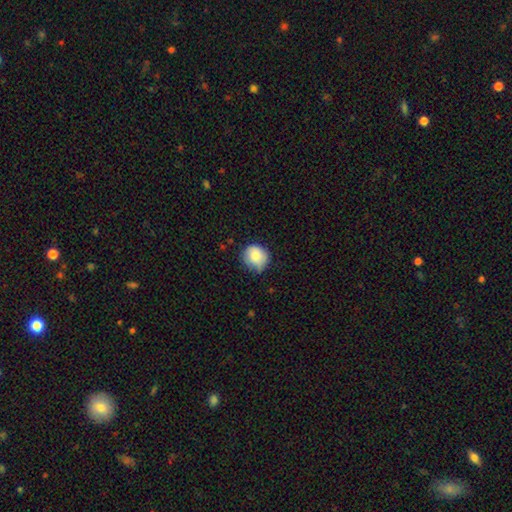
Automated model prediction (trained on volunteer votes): Overall: smooth (82%). How rounded: round (86%). Merging: none (64%; minor disturbance 29%).